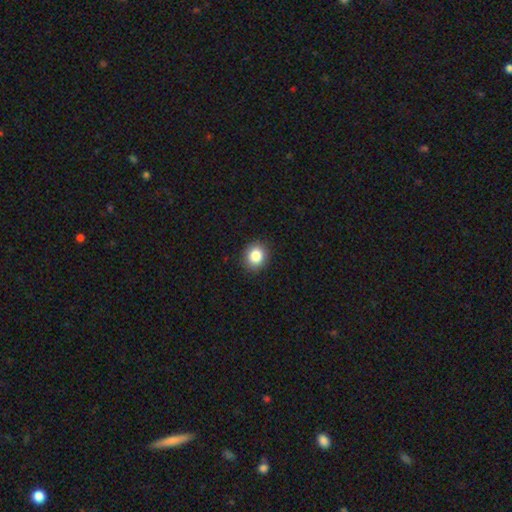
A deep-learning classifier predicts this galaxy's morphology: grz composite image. It shows a smooth galaxy with no disk features (85%) that is round (72%). Merging: none (90%).